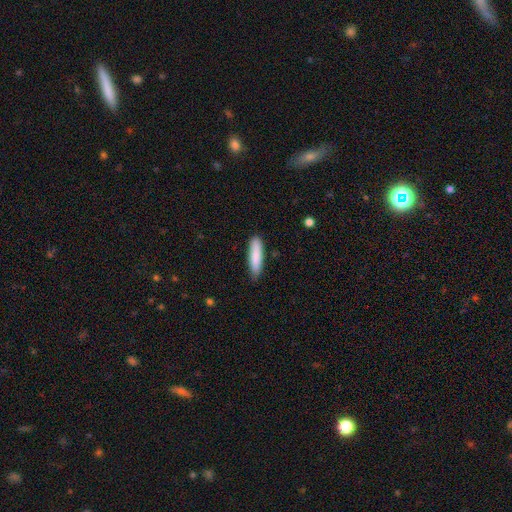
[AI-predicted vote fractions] Q: Smooth or featured?
A: smooth (85%); runner-up: featured or disk (9%)
Q: How rounded?
A: cigar-shaped (76%); runner-up: in between (23%)
Q: Merging?
A: none (84%); runner-up: minor disturbance (13%)